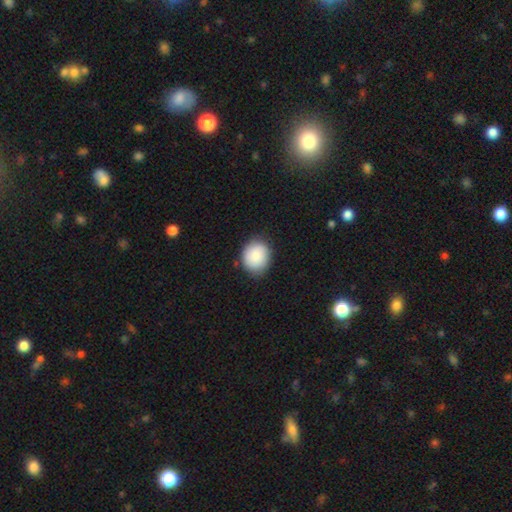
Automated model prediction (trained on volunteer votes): Smooth or featured: smooth — 86% (featured or disk — 8%)
How rounded: round — 66% (in between — 33%)
Merging: none — 82% (minor disturbance — 14%)